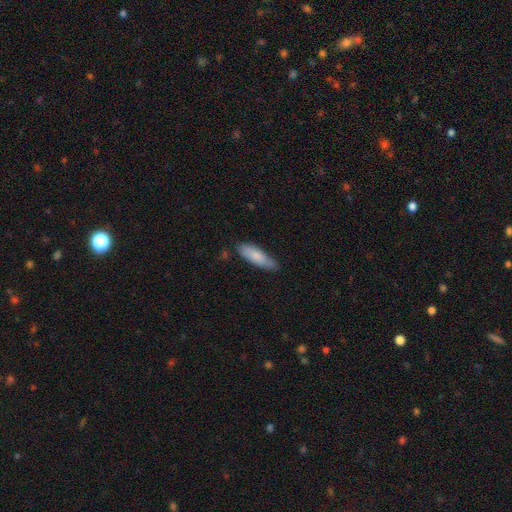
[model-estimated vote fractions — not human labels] Smooth or featured?
  - smooth: 78% *
  - featured or disk: 16%
  - star or artifact: 6%
How rounded?
  - in between: 52% *
  - cigar-shaped: 46%
  - round: 2%
Merging?
  - none: 71% *
  - minor disturbance: 24%
  - major disturbance: 4%
  - merger: 2%